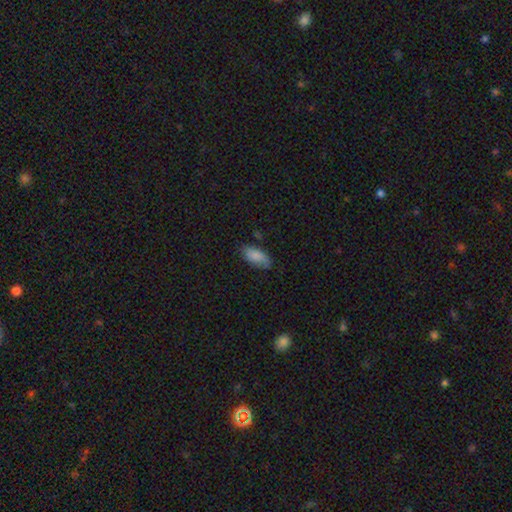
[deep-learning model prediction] A smooth galaxy with no disk features (82%) that is in between round and cigar-shaped (91%). Merging: none (70%).